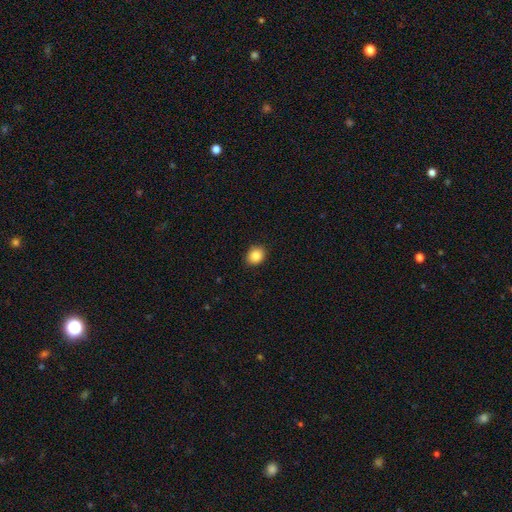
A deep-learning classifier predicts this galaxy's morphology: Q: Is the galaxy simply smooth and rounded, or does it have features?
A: smooth — 87%.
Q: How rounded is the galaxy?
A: round — 58%.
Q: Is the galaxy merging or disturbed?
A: none — 88%.